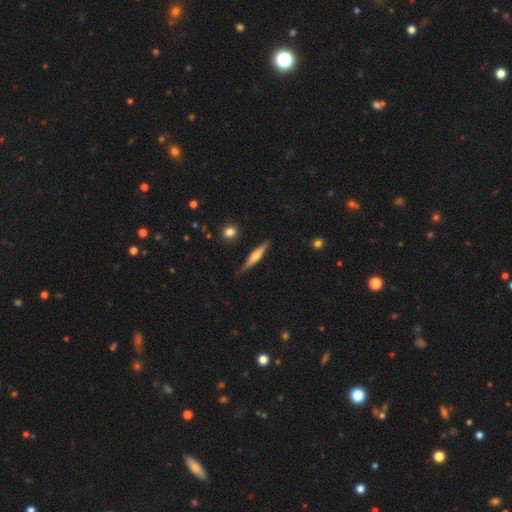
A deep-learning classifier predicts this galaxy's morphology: Overall: featured or disk (62%; smooth 32%). Edge-on disk: yes (97%). Edge-on bulge: rounded (80%). Merging: none (84%).